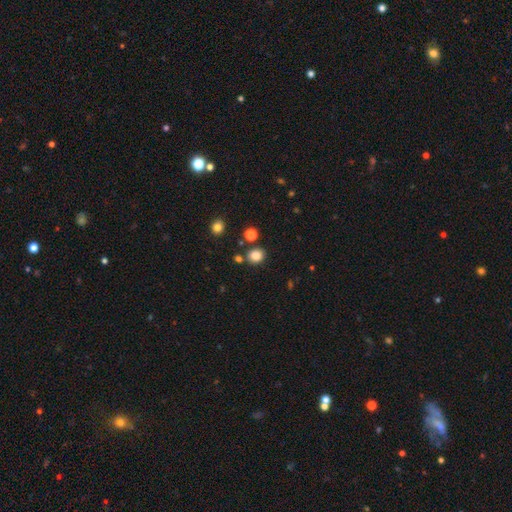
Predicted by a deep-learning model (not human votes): Smooth or featured: smooth — 82% (star or artifact — 13%)
How rounded: round — 75% (in between — 24%)
Merging: none — 82% (minor disturbance — 8%)